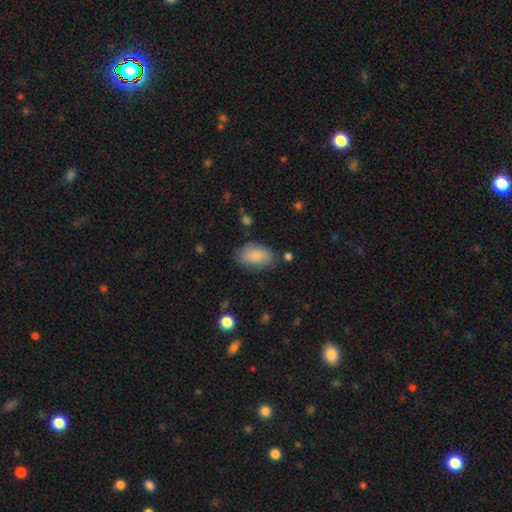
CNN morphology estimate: Smooth or featured?
  - smooth: 86% *
  - featured or disk: 8%
  - star or artifact: 7%
How rounded?
  - in between: 92% *
  - round: 6%
  - cigar-shaped: 3%
Merging?
  - none: 74% *
  - minor disturbance: 18%
  - major disturbance: 5%
  - merger: 3%